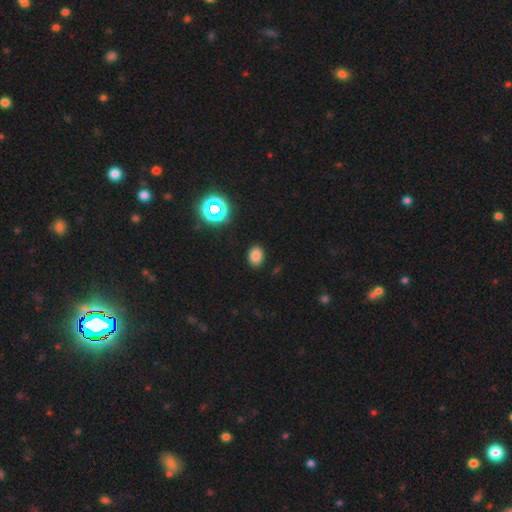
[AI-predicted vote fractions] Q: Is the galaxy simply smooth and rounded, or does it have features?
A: smooth — 80%.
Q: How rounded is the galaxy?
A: in between — 73%.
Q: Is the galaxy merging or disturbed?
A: none — 88%.